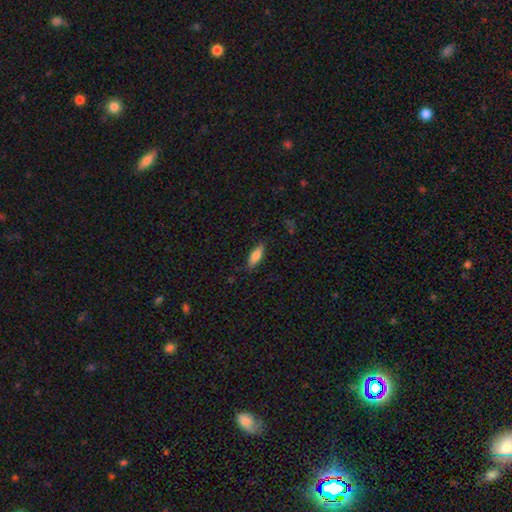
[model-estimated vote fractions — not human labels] Smooth or featured?
  - smooth: 78% *
  - featured or disk: 16%
  - star or artifact: 6%
How rounded?
  - in between: 62% *
  - cigar-shaped: 36%
  - round: 2%
Merging?
  - none: 82% *
  - minor disturbance: 14%
  - major disturbance: 3%
  - merger: 1%